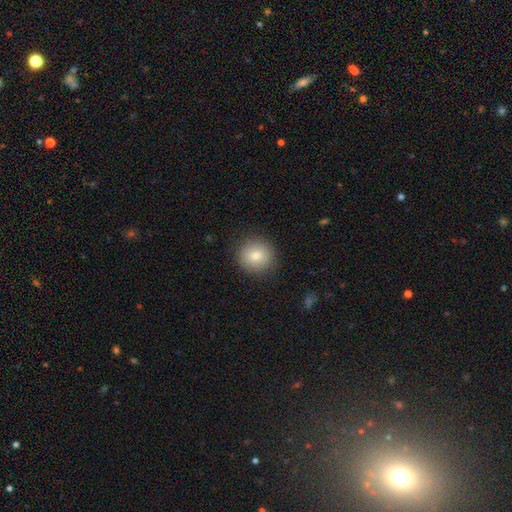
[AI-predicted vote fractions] A smooth galaxy with no disk features (83%) that is round (91%).

Vote fractions:
- Smooth or featured? smooth: 83% / star or artifact: 9% / featured or disk: 8%
- How rounded? round: 91% / in between: 8% / cigar-shaped: 1%
- Merging? none: 89% / minor disturbance: 8% / major disturbance: 2% / merger: 1%